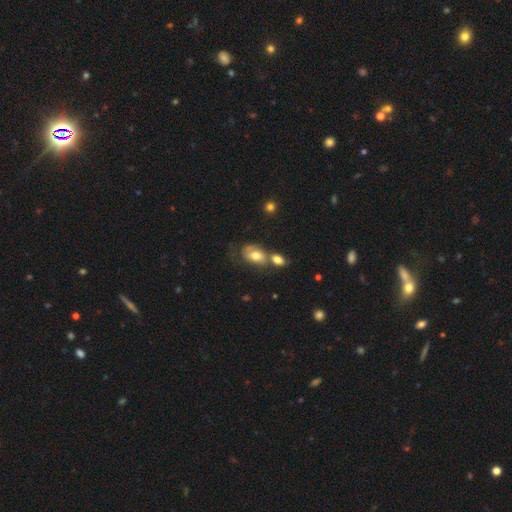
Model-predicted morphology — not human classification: Smooth or featured?
  - smooth: 66% *
  - featured or disk: 25%
  - star or artifact: 9%
How rounded?
  - in between: 83% *
  - round: 15%
  - cigar-shaped: 2%
Merging?
  - merger: 46% *
  - none: 28%
  - minor disturbance: 16%
  - major disturbance: 10%